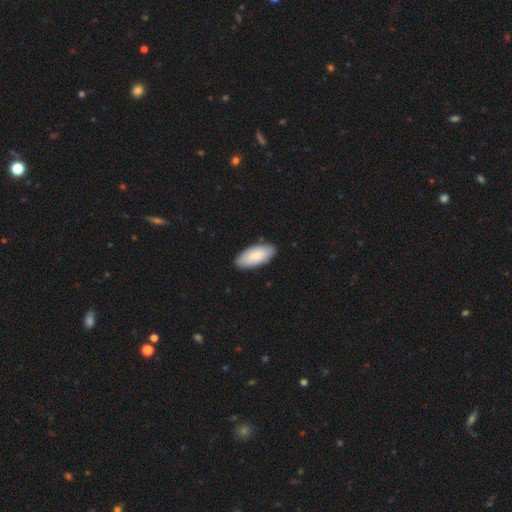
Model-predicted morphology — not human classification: The model was most divided on "smooth or featured": smooth: 85%, featured or disk: 10%, star or artifact: 5%. More confident: how rounded — in between (90%); merging — none (87%).